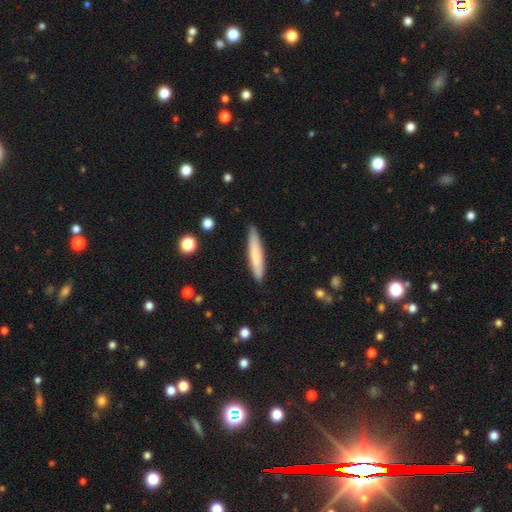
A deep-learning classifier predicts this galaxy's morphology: Smooth or featured? Predicted: smooth (p=0.74). How rounded? Predicted: cigar-shaped (p=0.89). Merging? Predicted: none (p=0.87).